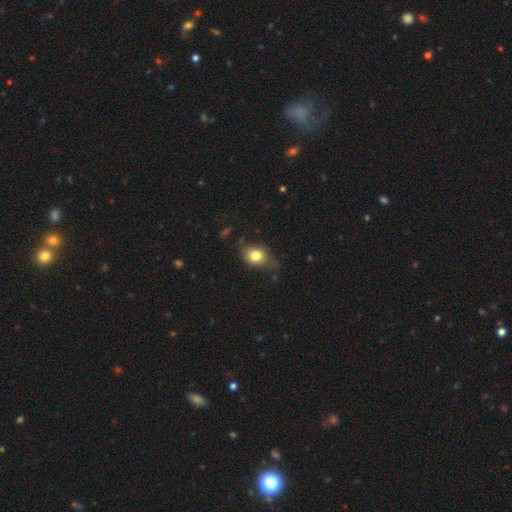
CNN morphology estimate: Q: Smooth or featured?
A: smooth (78%); runner-up: featured or disk (13%)
Q: How rounded?
A: in between (57%); runner-up: round (41%)
Q: Merging?
A: none (59%); runner-up: minor disturbance (29%)